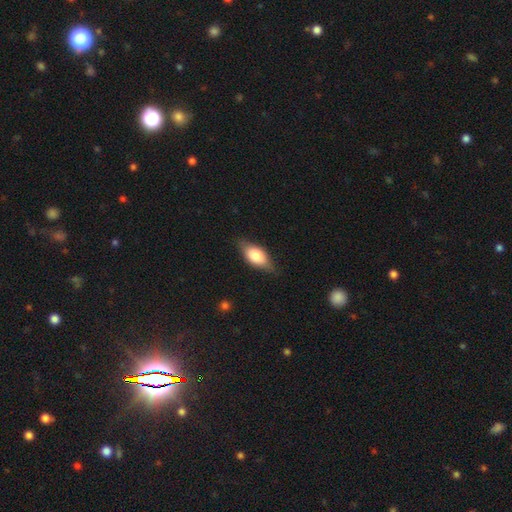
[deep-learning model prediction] This is likely a smooth galaxy (69%). How rounded: clearly in between (85%). Merging: likely none (76%).